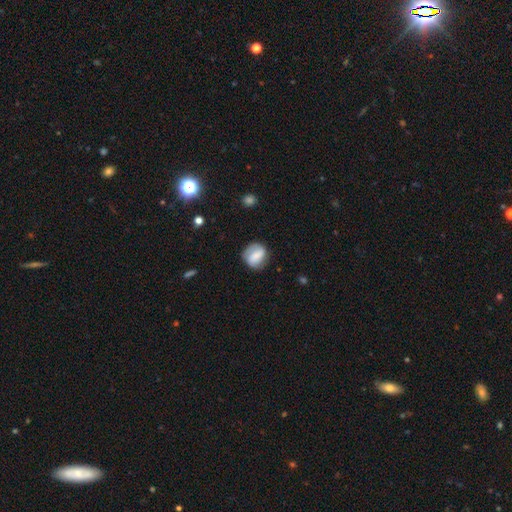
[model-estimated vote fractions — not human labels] smooth_or_featured: smooth (p=0.62) [alt: featured or disk p=0.30]
how_rounded: round (p=0.67) [alt: in between p=0.31]
merging: none (p=0.71) [alt: minor disturbance p=0.20]